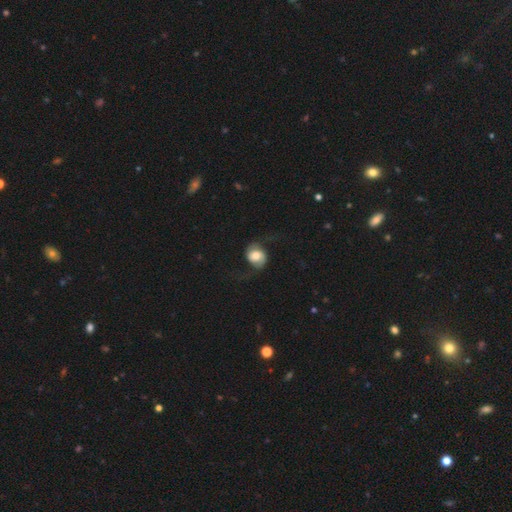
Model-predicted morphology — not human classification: smooth_or_featured: featured or disk (p=0.59) [alt: smooth p=0.34]
disk_edge_on: no (p=0.97) [alt: yes p=0.03]
bar: no (p=0.61) [alt: weak p=0.29]
has_spiral_arms: yes (p=0.89) [alt: no p=0.11]
spiral_winding: loose (p=0.72) [alt: medium p=0.22]
spiral_arm_count: 2 (p=0.92) [alt: 1 p=0.03]
bulge_size: moderate (p=0.47) [alt: large p=0.29]
merging: none (p=0.64) [alt: major disturbance p=0.19]